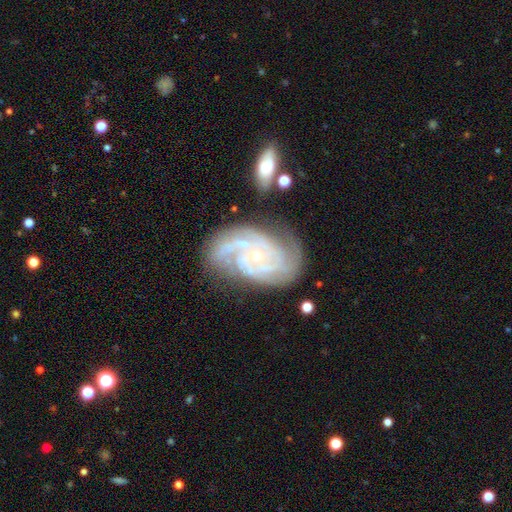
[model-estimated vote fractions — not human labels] This is clearly a featured or disk galaxy (89%). It is clearly not viewed edge-on (97%). Bar: likely no (73%). Spiral arm pattern: clearly yes (97%). Spiral arm count: marginally 3 (35%). Spiral winding: possibly tight (58%). Central bulge: likely small (77%). Merging: possibly none (60%).